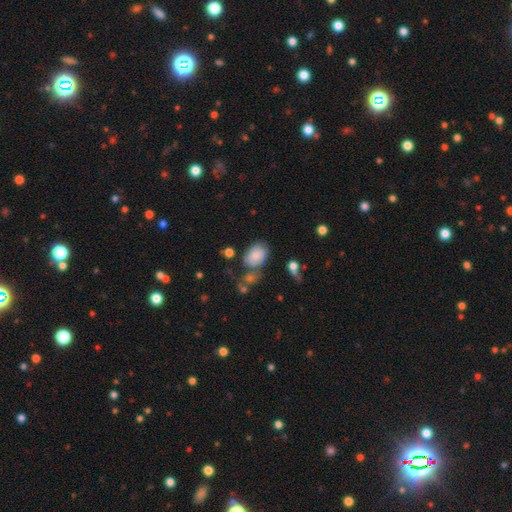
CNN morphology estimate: A smooth galaxy with no disk features (82%) that is in between round and cigar-shaped (79%). Merging: none (59%).